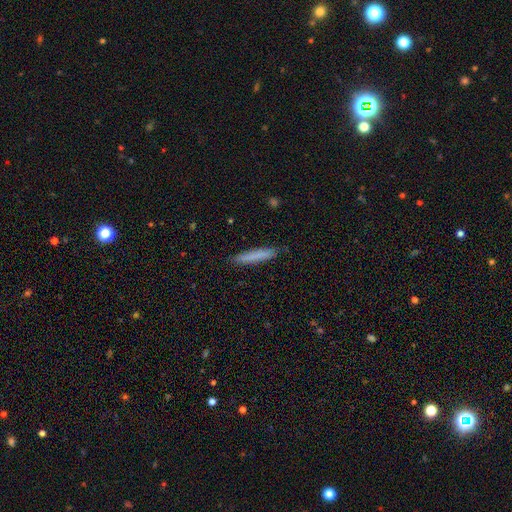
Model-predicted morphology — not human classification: A smooth galaxy with no disk features (77%) that is cigar-shaped (95%).

Vote fractions:
- Smooth or featured? smooth: 77% / featured or disk: 16% / star or artifact: 6%
- How rounded? cigar-shaped: 95% / in between: 4% / round: 1%
- Merging? none: 89% / minor disturbance: 8% / major disturbance: 2% / merger: 1%